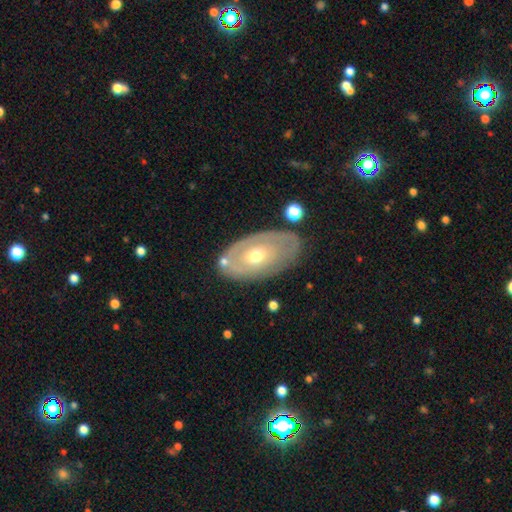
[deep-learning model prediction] This is likely a featured or disk galaxy (64%). It is clearly not viewed edge-on (90%). Bar: clearly no (85%). Spiral arm pattern: likely no (63%). Central bulge: possibly moderate (59%). Merging: likely none (72%).